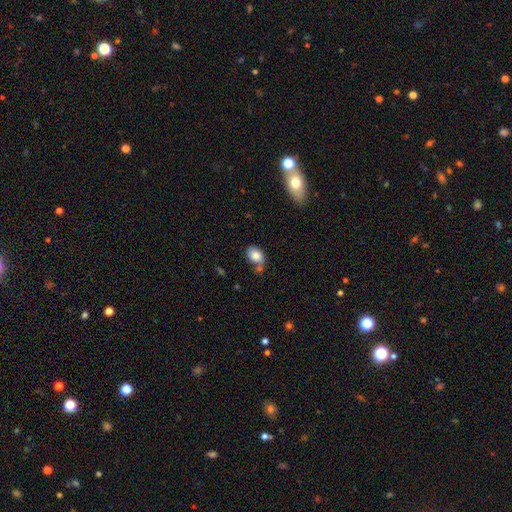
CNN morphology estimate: Smooth or featured? smooth (83%)
How rounded? in between (81%)
Merging? none (55%)